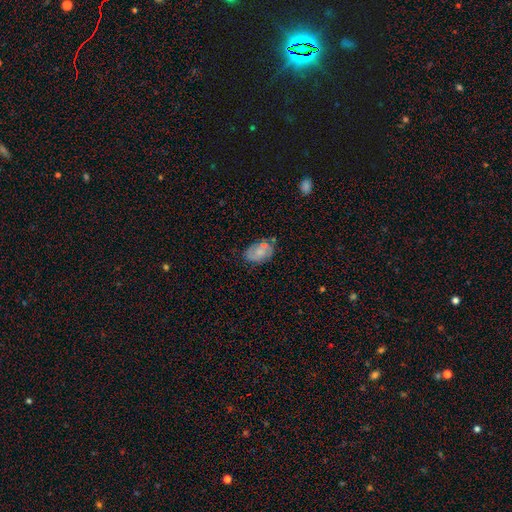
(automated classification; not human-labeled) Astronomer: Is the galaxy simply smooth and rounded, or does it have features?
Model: featured or disk — 46% (runner-up: smooth, 34%).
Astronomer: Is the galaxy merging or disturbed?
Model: none — 69%.